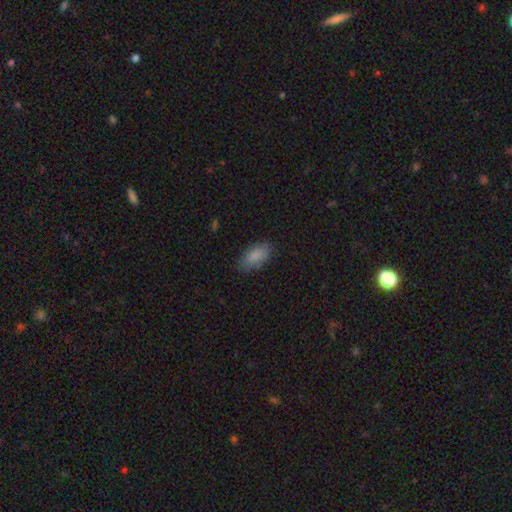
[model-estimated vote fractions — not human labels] Smooth or featured?
  - smooth: 86% *
  - featured or disk: 7%
  - star or artifact: 7%
How rounded?
  - in between: 91% *
  - cigar-shaped: 6%
  - round: 3%
Merging?
  - none: 80% *
  - minor disturbance: 15%
  - major disturbance: 3%
  - merger: 1%